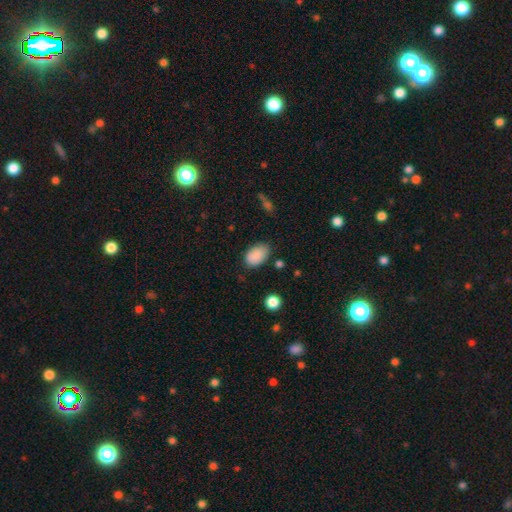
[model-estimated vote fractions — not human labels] Smooth or featured: smooth — 88% (star or artifact — 8%)
How rounded: in between — 89% (round — 9%)
Merging: none — 75% (minor disturbance — 19%)